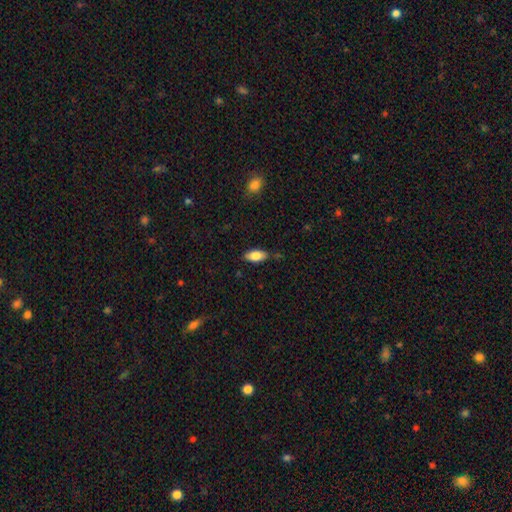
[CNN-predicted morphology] smooth 82%, featured or disk 11%, star or artifact 7%. Down the decision tree: how rounded — in between (89%); merging — none (77%).